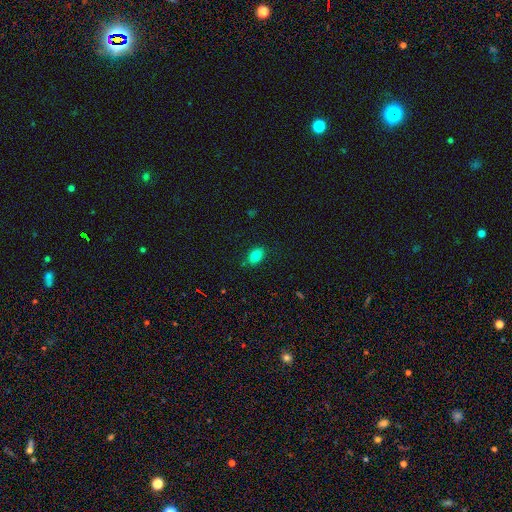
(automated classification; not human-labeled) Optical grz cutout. It shows a smooth galaxy with no disk features (81%) that is in between round and cigar-shaped (85%). Merging: none (82%).